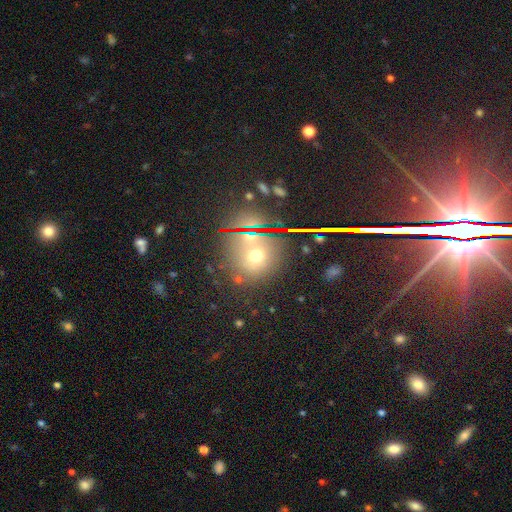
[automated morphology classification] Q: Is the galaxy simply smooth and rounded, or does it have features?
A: smooth — 55%.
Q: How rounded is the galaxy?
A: round — 80%.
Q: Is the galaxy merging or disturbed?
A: none — 72%.